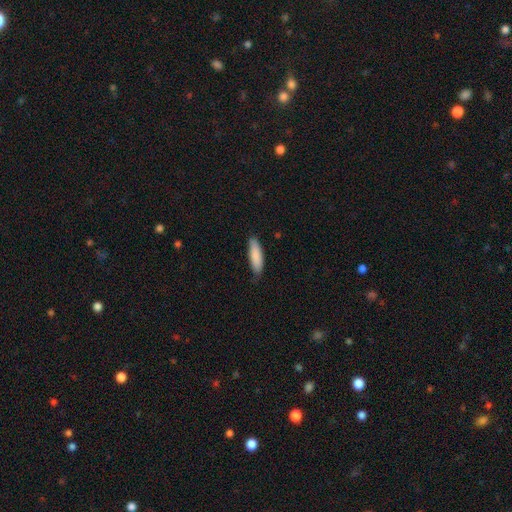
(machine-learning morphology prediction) The model was most divided on "how rounded": cigar-shaped: 54%, in between: 44%, round: 1%. More confident: smooth or featured — smooth (87%); merging — none (74%).